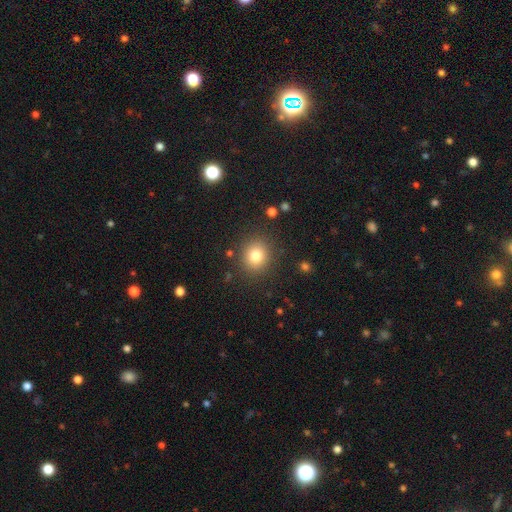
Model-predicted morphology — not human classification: This is likely a smooth galaxy (80%). How rounded: clearly round (81%). Merging: clearly none (87%).